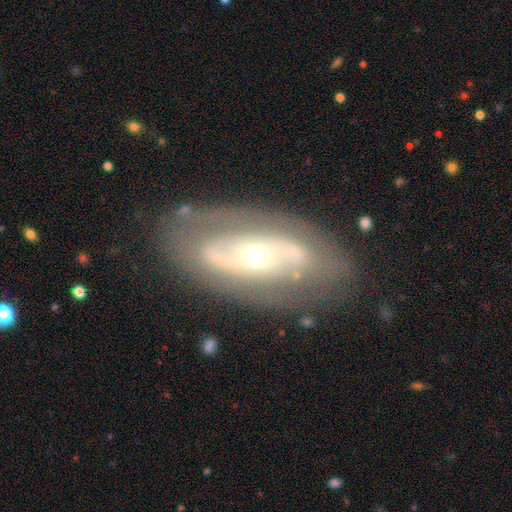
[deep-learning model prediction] Smooth or featured?
  - featured or disk: 77% *
  - smooth: 17%
  - star or artifact: 6%
Edge-on disk?
  - no: 91% *
  - yes: 9%
Bar?
  - no: 64% *
  - weak: 20%
  - strong: 15%
Spiral arms?
  - yes: 63% *
  - no: 37%
Bulge size?
  - small: 53% *
  - moderate: 42%
  - large: 3%
  - dominant: 1%
  - none: 1%
Merging?
  - none: 78% *
  - minor disturbance: 14%
  - major disturbance: 7%
  - merger: 2%